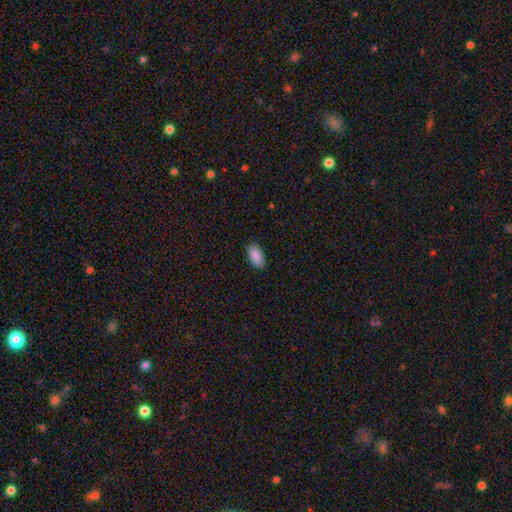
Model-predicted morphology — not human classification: type=smooth (90%); roundness=in between (92%); merging=none (88%).